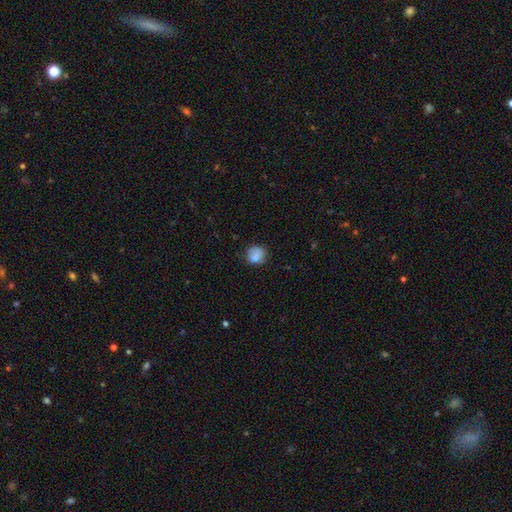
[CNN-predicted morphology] This is clearly a smooth galaxy (80%). How rounded: likely round (79%). Merging: likely none (65%).